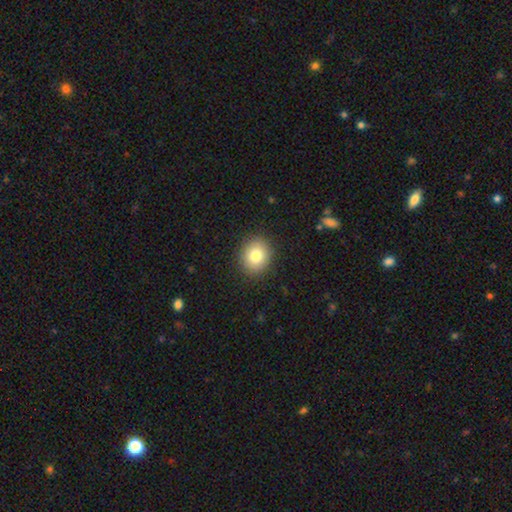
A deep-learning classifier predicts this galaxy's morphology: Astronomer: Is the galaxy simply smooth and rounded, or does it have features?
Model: smooth — 80%.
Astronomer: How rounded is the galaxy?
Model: round — 74%.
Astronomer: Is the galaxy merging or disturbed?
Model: none — 89%.